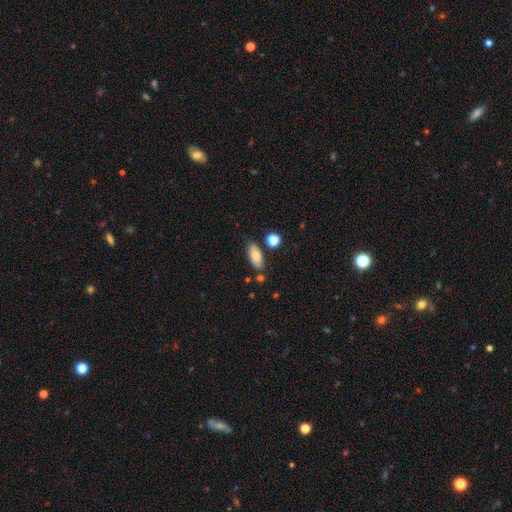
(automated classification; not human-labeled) The model was most divided on "merging": none: 77%, minor disturbance: 14%, merger: 6%, major disturbance: 3%. More confident: smooth or featured — smooth (82%); how rounded — in between (81%).